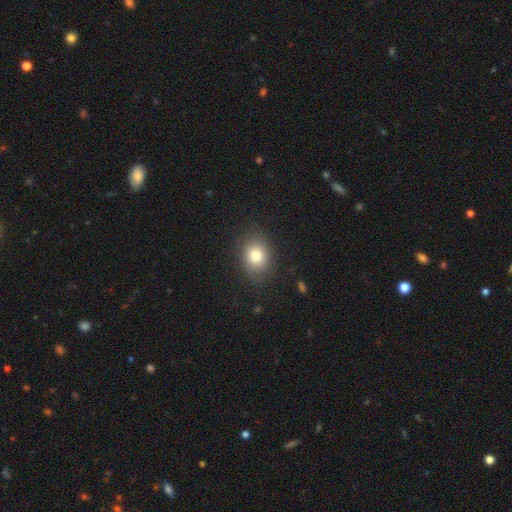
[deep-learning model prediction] Overall: smooth (79%). How rounded: in between (54%; round 45%). Merging: none (82%).